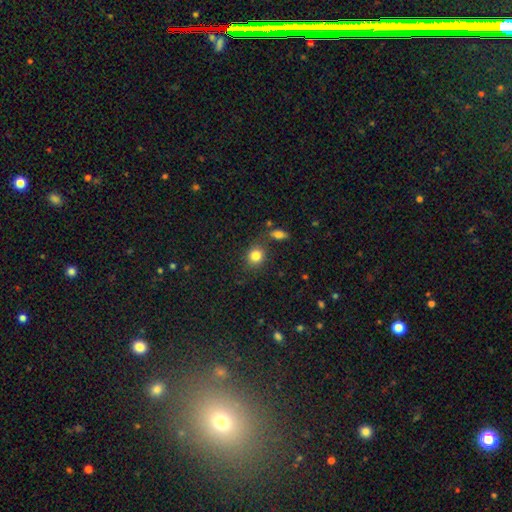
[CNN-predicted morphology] A smooth galaxy with no disk features (83%) that is round (73%). Merging: none (77%).